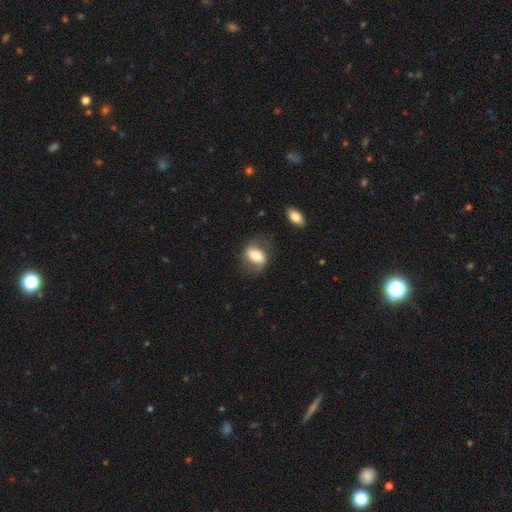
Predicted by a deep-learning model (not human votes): The model was most divided on "smooth or featured": smooth: 56%, featured or disk: 36%, star or artifact: 7%. More confident: how rounded — in between (74%); merging — none (68%).